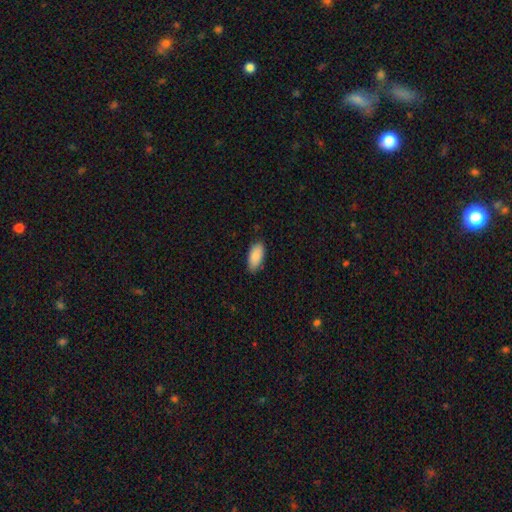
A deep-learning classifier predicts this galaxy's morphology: Smooth or featured? smooth (88%)
How rounded? in between (91%)
Merging? none (85%)